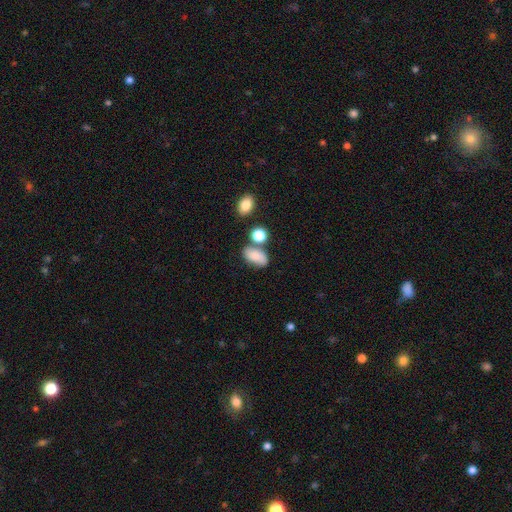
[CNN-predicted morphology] A smooth galaxy with no disk features (76%) that is in between round and cigar-shaped (88%).

Vote fractions:
- Smooth or featured? smooth: 76% / featured or disk: 14% / star or artifact: 10%
- How rounded? in between: 88% / round: 10% / cigar-shaped: 2%
- Merging? none: 58% / minor disturbance: 19% / merger: 17% / major disturbance: 6%